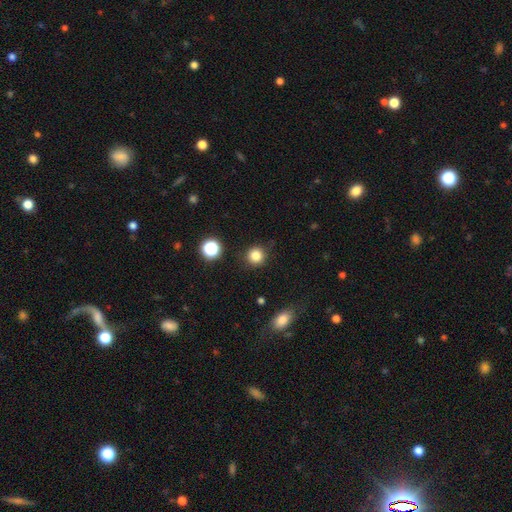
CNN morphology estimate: smooth_or_featured: smooth (p=0.83) [alt: star or artifact p=0.12]
how_rounded: round (p=0.92) [alt: in between p=0.07]
merging: none (p=0.87) [alt: minor disturbance p=0.08]